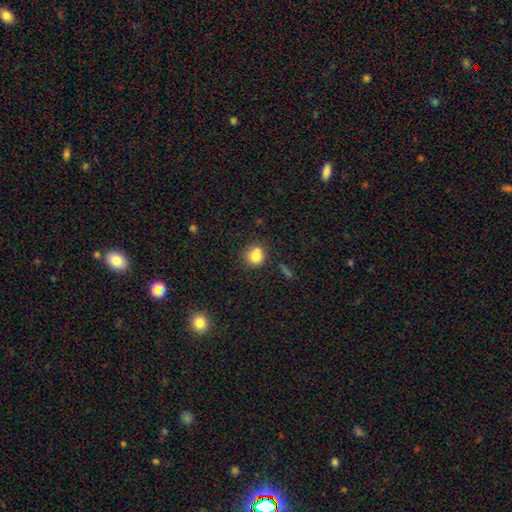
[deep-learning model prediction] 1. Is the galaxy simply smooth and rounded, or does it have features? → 79% smooth, 11% star or artifact, 10% featured or disk.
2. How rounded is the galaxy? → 84% round, 15% in between, 1% cigar-shaped.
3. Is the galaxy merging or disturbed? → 61% none, 20% merger, 15% minor disturbance, 5% major disturbance.